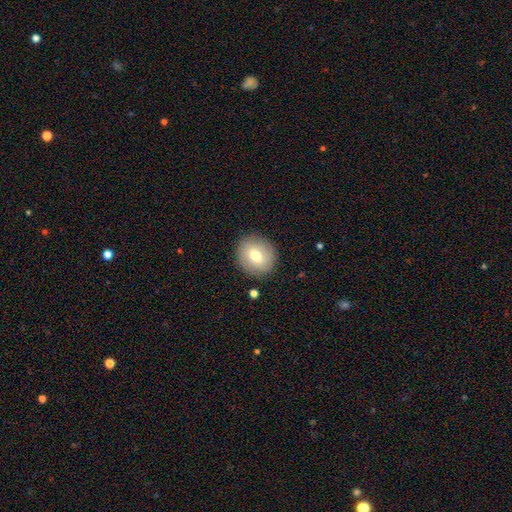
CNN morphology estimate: type=smooth (71%); roundness=round (74%); merging=none (87%).